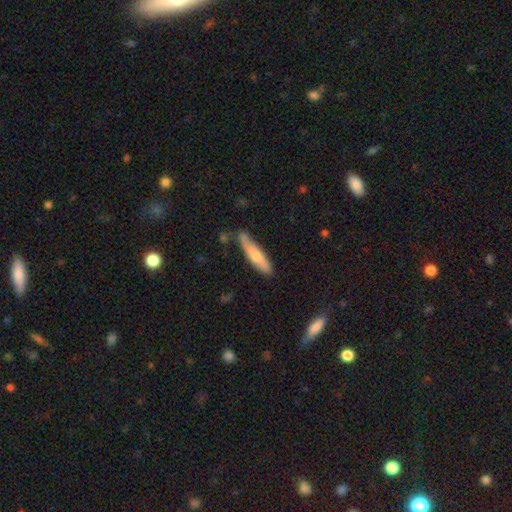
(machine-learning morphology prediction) Smooth or featured? Predicted: smooth (p=0.62). How rounded? Predicted: cigar-shaped (p=0.82). Merging? Predicted: none (p=0.70).